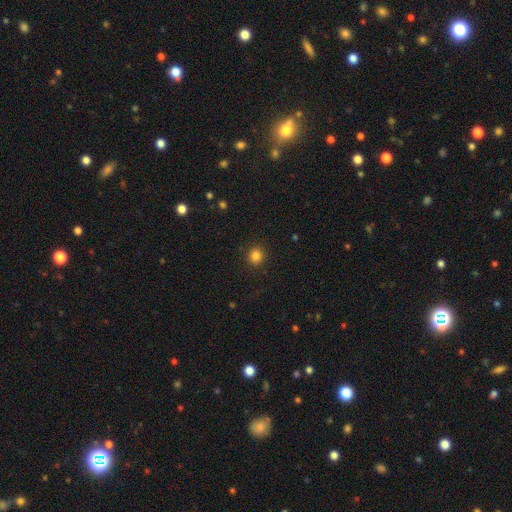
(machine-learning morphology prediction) Q: Smooth or featured?
A: smooth (83%); runner-up: star or artifact (12%)
Q: How rounded?
A: round (87%); runner-up: in between (12%)
Q: Merging?
A: none (91%); runner-up: minor disturbance (6%)